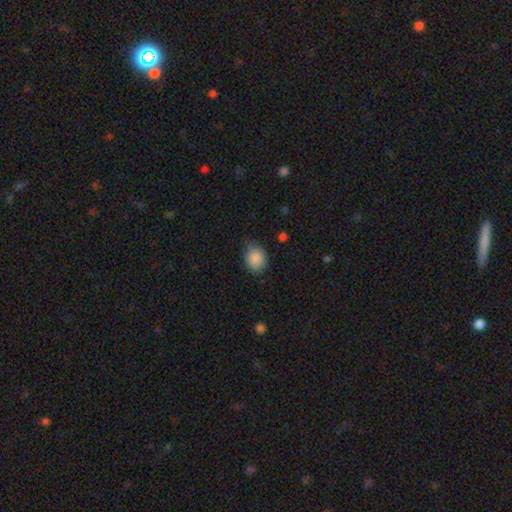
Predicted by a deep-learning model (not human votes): This appears to be a smooth galaxy with no disk features (87%) that is in between round and cigar-shaped (52%). Merging: none (69%).